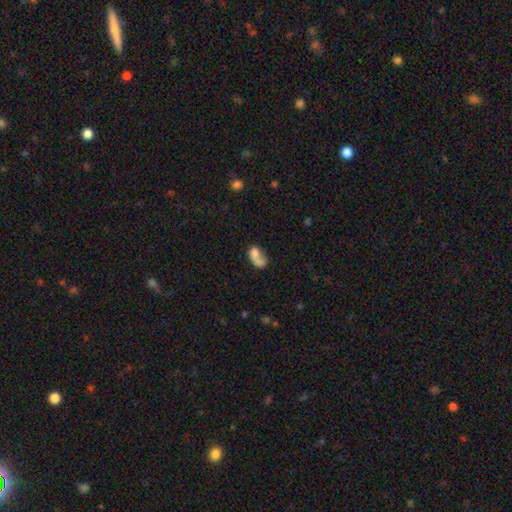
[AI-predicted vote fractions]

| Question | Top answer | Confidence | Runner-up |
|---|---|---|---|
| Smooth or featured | smooth | 63% | featured or disk (27%) |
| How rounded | in between | 79% | round (18%) |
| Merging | merger | 31% | none (27%) |